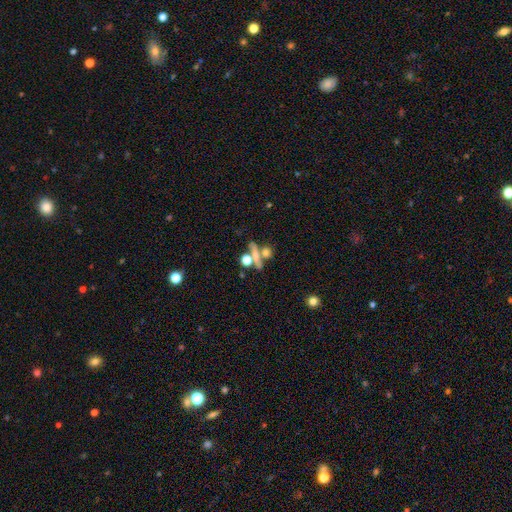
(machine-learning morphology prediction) This appears to be a smooth galaxy with no disk features (52%) that is cigar-shaped (38%). Merging: none (47%).